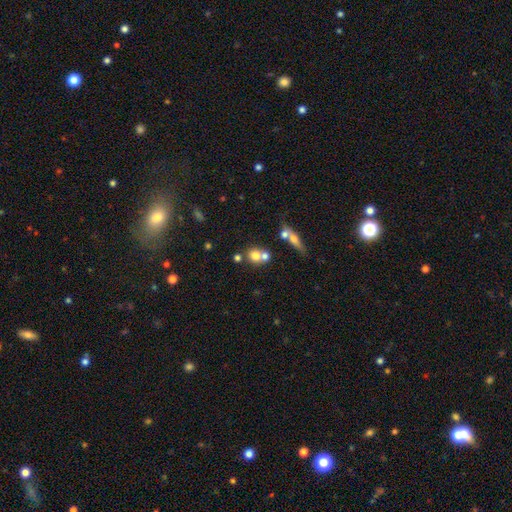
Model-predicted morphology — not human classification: Smooth or featured? Predicted: smooth (p=0.68). How rounded? Predicted: round (p=0.80). Merging? Predicted: merger (p=0.47).